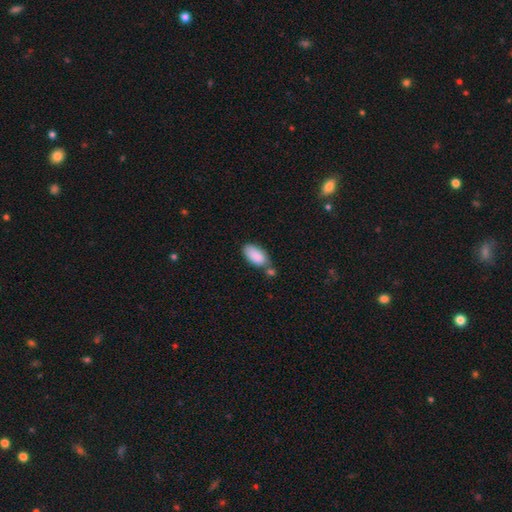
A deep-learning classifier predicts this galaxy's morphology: smooth-or-featured: smooth: 88% | star or artifact: 7% | featured or disk: 5%
  how-rounded: in between: 93% | cigar-shaped: 4% | round: 2%
  merging: none: 52% | merger: 24% | minor disturbance: 19% | major disturbance: 5%